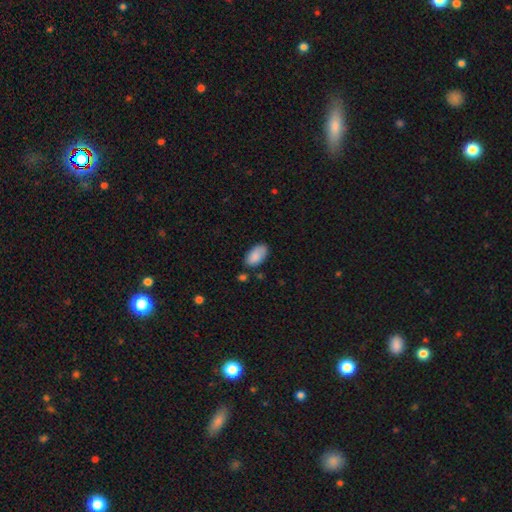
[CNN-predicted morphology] The model was most divided on "merging": none: 75%, minor disturbance: 18%, merger: 4%, major disturbance: 3%. More confident: how rounded — in between (95%); smooth or featured — smooth (87%).